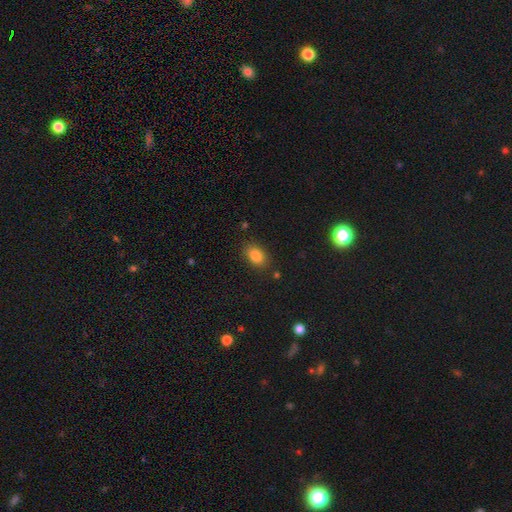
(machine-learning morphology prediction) Smooth or featured? smooth (84%)
How rounded? in between (82%)
Merging? none (84%)